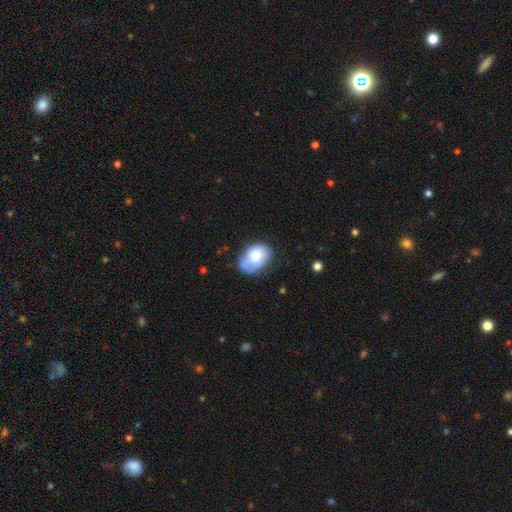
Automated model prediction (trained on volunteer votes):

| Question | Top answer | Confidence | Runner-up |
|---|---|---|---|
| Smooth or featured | smooth | 70% | featured or disk (23%) |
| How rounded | in between | 76% | round (23%) |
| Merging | none | 50% | minor disturbance (30%) |